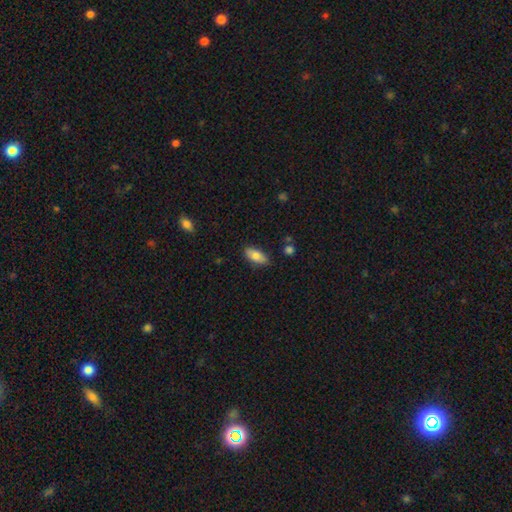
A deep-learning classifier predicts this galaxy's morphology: This is likely a smooth galaxy (78%). How rounded: clearly in between (84%). Merging: clearly none (83%).